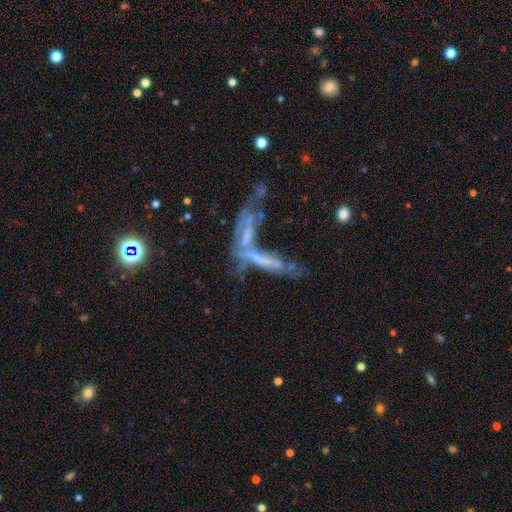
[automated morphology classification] A featured or disk galaxy (54%).

Vote fractions:
- Smooth or featured? featured or disk: 54% / smooth: 27% / star or artifact: 19%
- Edge-on disk? no: 63% / yes: 37%
- Merging? merger: 53% / major disturbance: 21% / none: 16% / minor disturbance: 9%